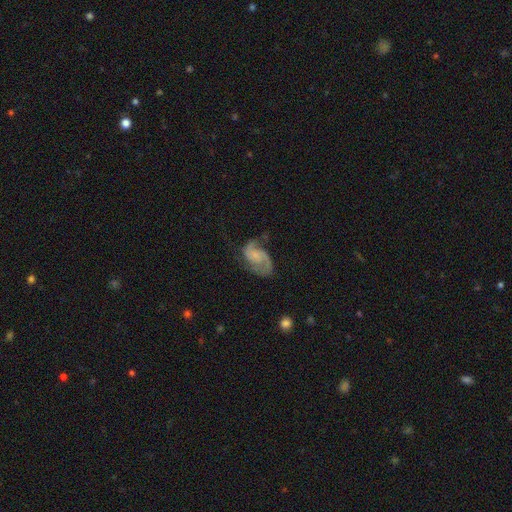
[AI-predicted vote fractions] Smooth or featured? featured or disk (80%)
Edge-on disk? no (98%)
Bar? no (65%)
Spiral arms? yes (95%)
Spiral winding? medium (50%)
Spiral arm count? 2 (84%)
Bulge size? small (51%)
Merging? none (56%)